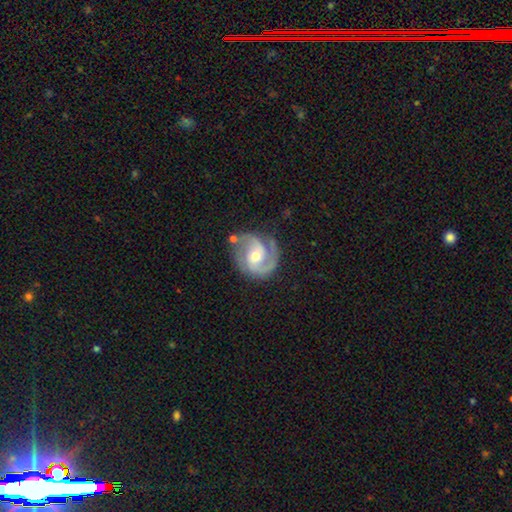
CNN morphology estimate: Smooth or featured? Predicted: featured or disk (p=0.89). Edge-on disk? Predicted: no (p=0.98). Bar? Predicted: no (p=0.44). Spiral arms? Predicted: yes (p=0.97). Spiral winding? Predicted: medium (p=0.53). Spiral arm count? Predicted: 2 (p=0.85). Bulge size? Predicted: moderate (p=0.63). Merging? Predicted: none (p=0.72).